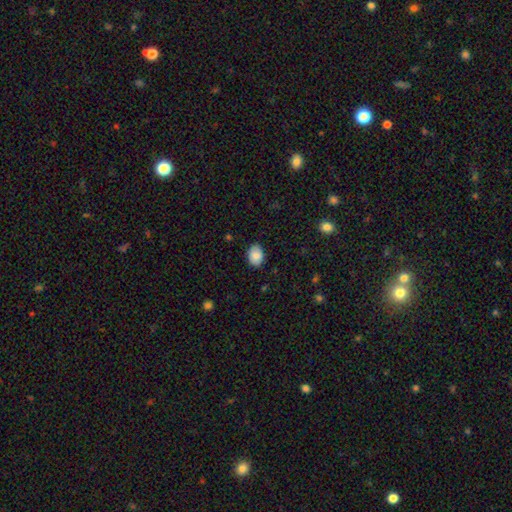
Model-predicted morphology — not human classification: Smooth or featured? Predicted: smooth (p=0.87). How rounded? Predicted: in between (p=0.72). Merging? Predicted: none (p=0.84).